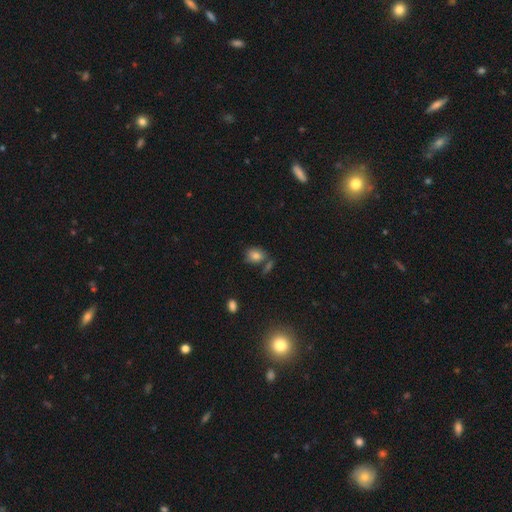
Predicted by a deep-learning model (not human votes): Q: Smooth or featured?
A: smooth (81%); runner-up: star or artifact (10%)
Q: How rounded?
A: in between (61%); runner-up: round (37%)
Q: Merging?
A: none (59%); runner-up: minor disturbance (18%)